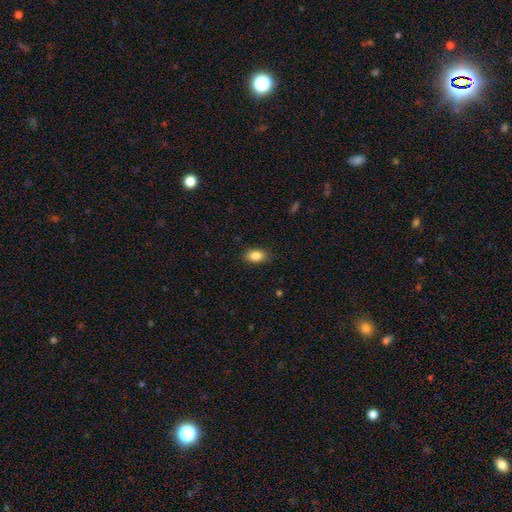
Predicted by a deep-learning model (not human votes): Smooth or featured? smooth (87%)
How rounded? in between (88%)
Merging? none (86%)